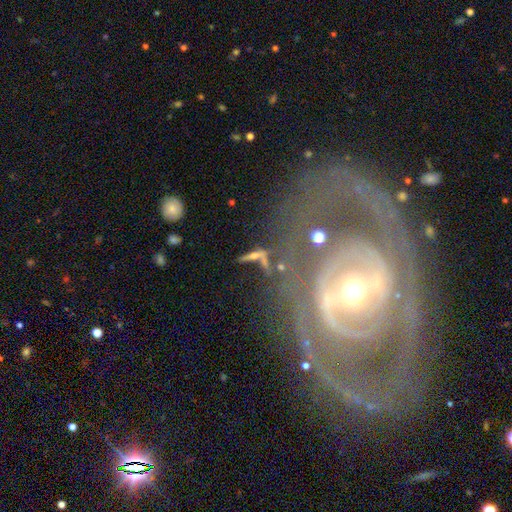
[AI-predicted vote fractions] Smooth or featured? smooth (43%)
Merging? none (50%)